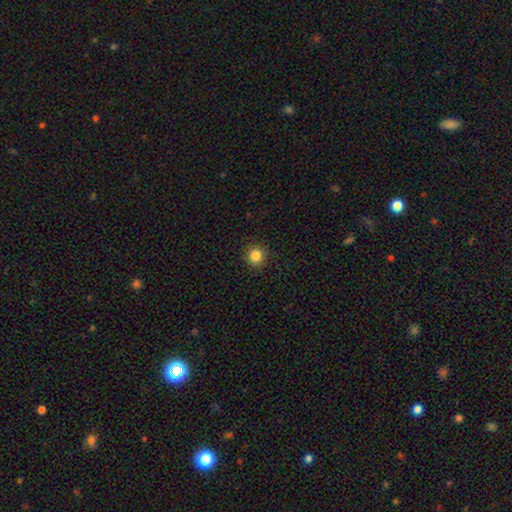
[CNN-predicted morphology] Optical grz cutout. It shows a smooth galaxy with no disk features (85%) that is round (94%). Merging: none (92%).